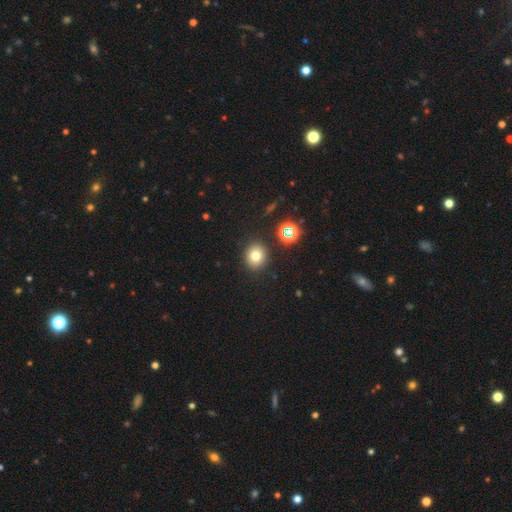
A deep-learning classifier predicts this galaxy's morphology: smooth-or-featured: smooth: 75% | star or artifact: 16% | featured or disk: 9%
  how-rounded: round: 82% | in between: 17% | cigar-shaped: 1%
  merging: none: 88% | minor disturbance: 7% | merger: 3% | major disturbance: 2%